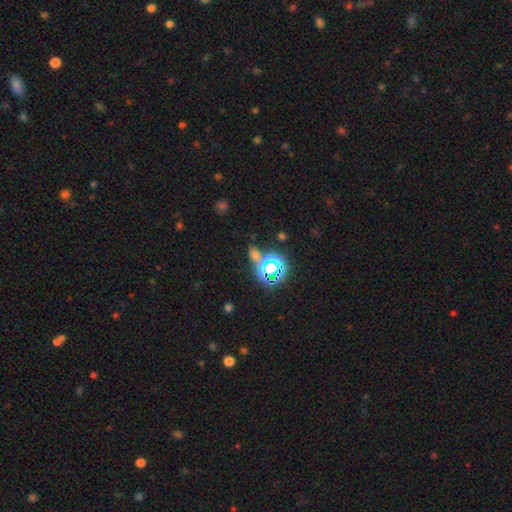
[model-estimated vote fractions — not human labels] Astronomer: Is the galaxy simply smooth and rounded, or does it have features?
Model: star or artifact — 54% (runner-up: smooth, 37%).